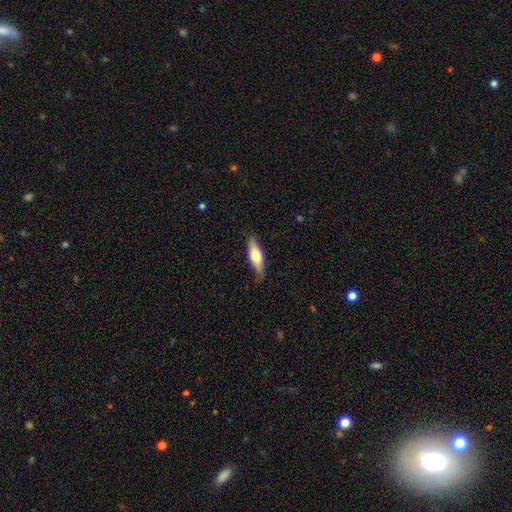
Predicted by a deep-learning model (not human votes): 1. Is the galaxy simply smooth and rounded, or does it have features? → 56% smooth, 38% featured or disk, 6% star or artifact.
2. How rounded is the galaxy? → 50% cigar-shaped, 48% in between, 2% round.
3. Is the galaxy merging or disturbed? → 83% none, 13% minor disturbance, 2% major disturbance, 1% merger.